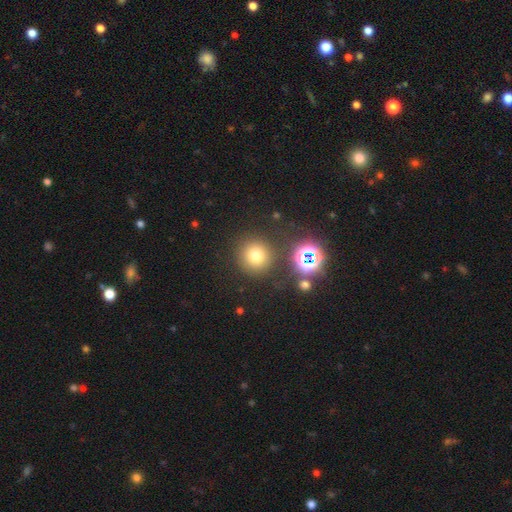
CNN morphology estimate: type=smooth (72%); roundness=round (93%); merging=none (84%).